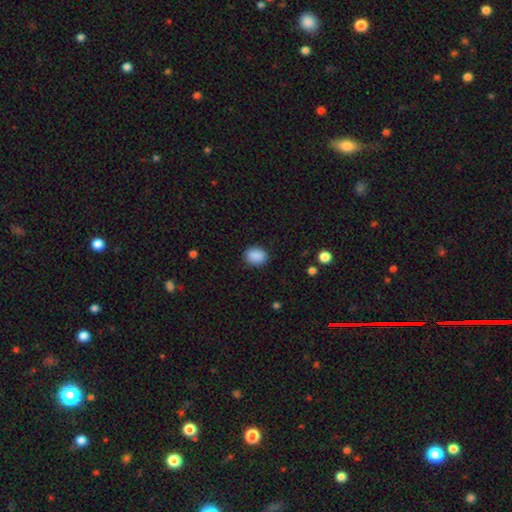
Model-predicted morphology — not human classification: The model was most divided on "how rounded": in between: 54%, round: 45%, cigar-shaped: 1%. More confident: smooth or featured — smooth (89%); merging — none (88%).